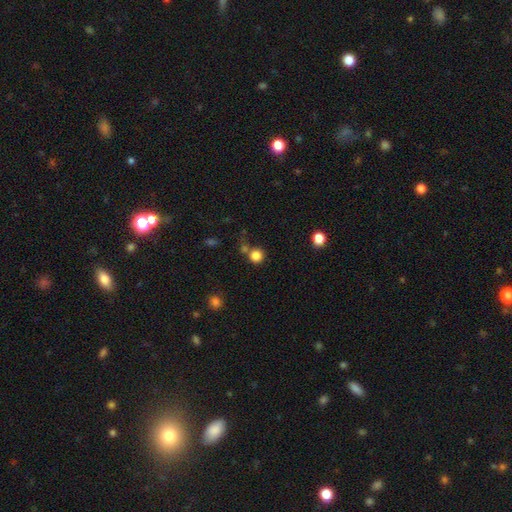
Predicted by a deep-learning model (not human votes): A smooth galaxy with no disk features (83%) that is round (92%).

Vote fractions:
- Smooth or featured? smooth: 83% / star or artifact: 12% / featured or disk: 5%
- How rounded? round: 92% / in between: 7% / cigar-shaped: 1%
- Merging? none: 69% / merger: 16% / minor disturbance: 10% / major disturbance: 4%